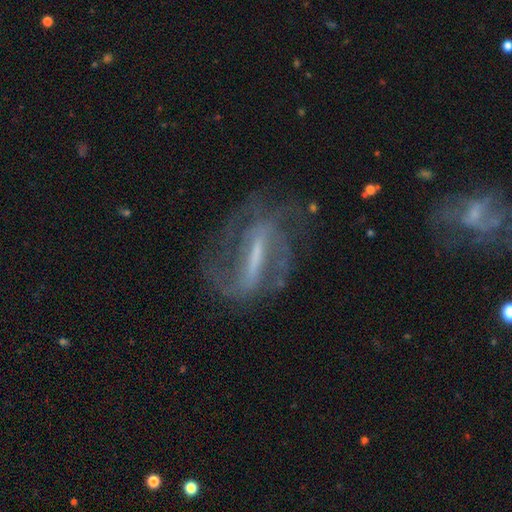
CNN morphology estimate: Smooth or featured? Predicted: featured or disk (p=0.84). Edge-on disk? Predicted: no (p=0.87). Bar? Predicted: strong (p=0.72). Spiral arms? Predicted: yes (p=0.87). Spiral winding? Predicted: medium (p=0.46). Spiral arm count? Predicted: 2 (p=0.63). Bulge size? Predicted: small (p=0.41). Merging? Predicted: none (p=0.63).